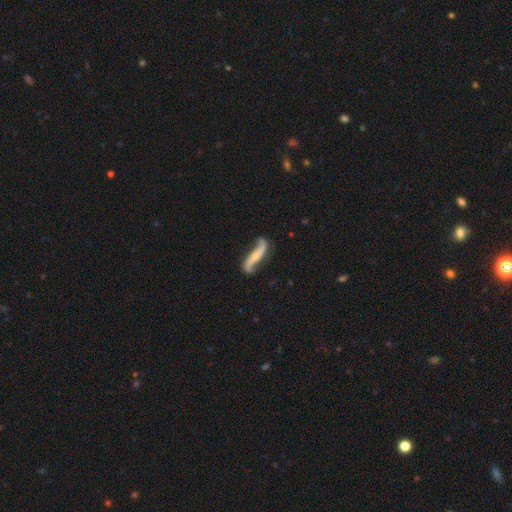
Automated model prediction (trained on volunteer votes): This appears to be a featured or disk galaxy (80%) with no bar (42%), 2 (92%) loose (89%) spiral arms (93%) and a small central bulge (55%). Merging: none (71%).